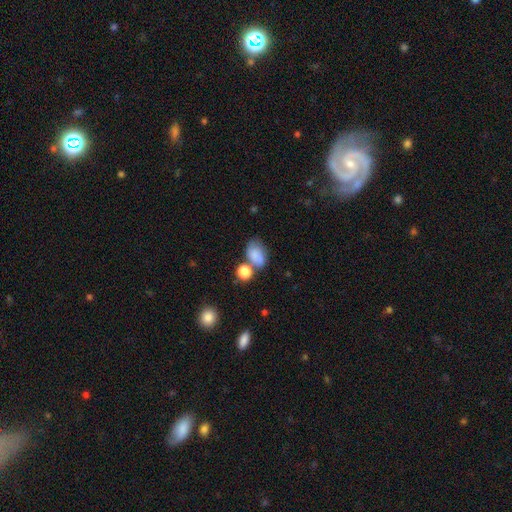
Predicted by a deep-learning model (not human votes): smooth 76%, featured or disk 14%, star or artifact 11%. Down the decision tree: how rounded — in between (79%); merging — none (42%).